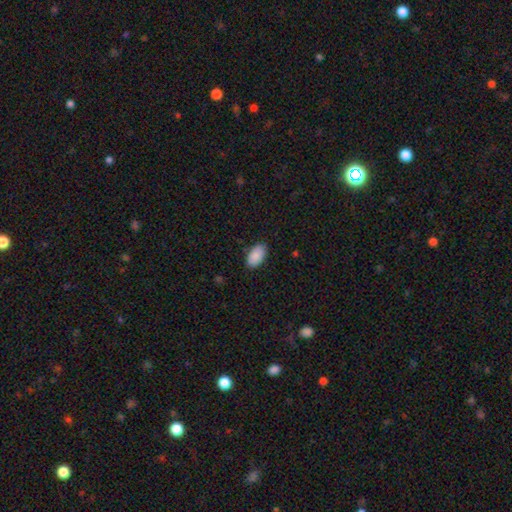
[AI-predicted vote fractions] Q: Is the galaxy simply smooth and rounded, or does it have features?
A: smooth — 89%.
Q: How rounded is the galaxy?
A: in between — 95%.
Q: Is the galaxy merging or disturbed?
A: none — 86%.